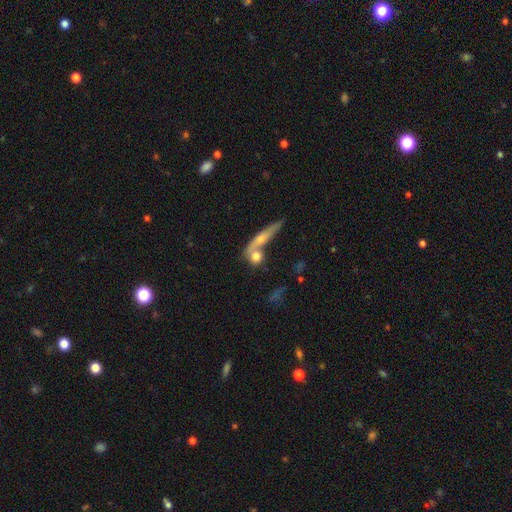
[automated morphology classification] Overall: featured or disk (48%; smooth 39%). Merging: none (46%; merger 37%).